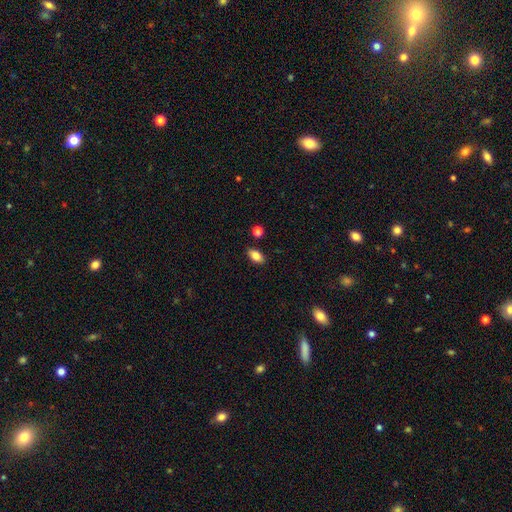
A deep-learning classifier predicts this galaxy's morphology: Q: Smooth or featured?
A: smooth (83%); runner-up: star or artifact (9%)
Q: How rounded?
A: in between (90%); runner-up: round (6%)
Q: Merging?
A: none (85%); runner-up: minor disturbance (10%)